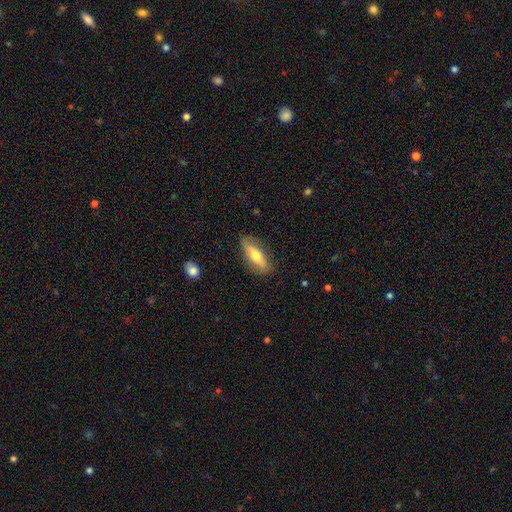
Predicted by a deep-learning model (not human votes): This is possibly a smooth galaxy (55%). How rounded: possibly in between (60%). Merging: clearly none (83%).